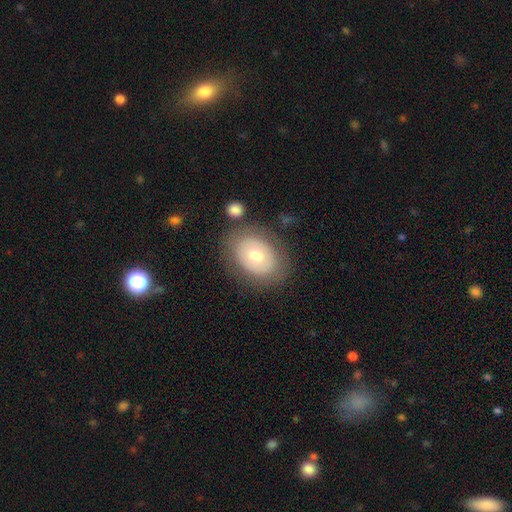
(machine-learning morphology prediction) This is possibly a smooth galaxy (59%). How rounded: likely in between (68%). Merging: likely none (78%).